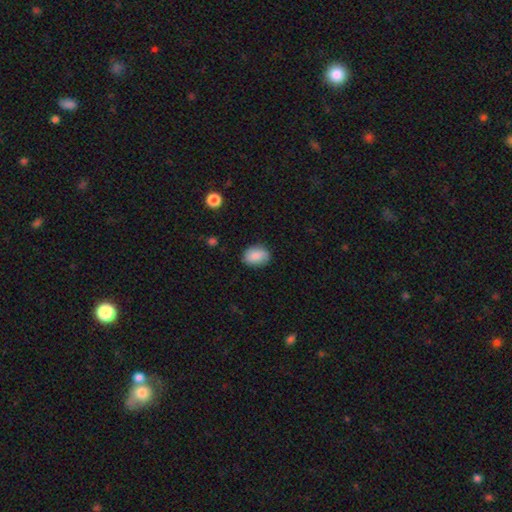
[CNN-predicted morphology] smooth-or-featured: smooth: 86% | star or artifact: 7% | featured or disk: 6%
  how-rounded: in between: 74% | round: 25% | cigar-shaped: 1%
  merging: none: 82% | minor disturbance: 14% | major disturbance: 3% | merger: 1%